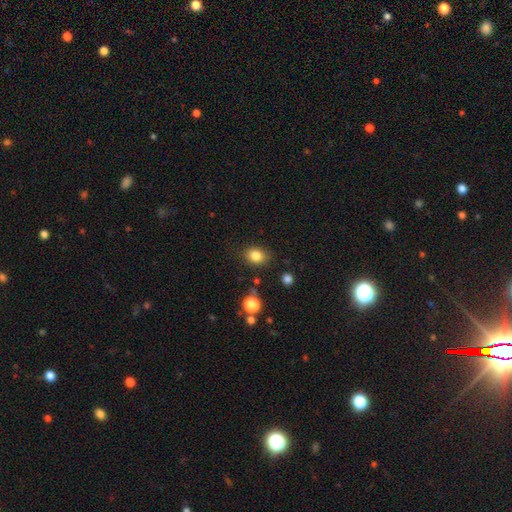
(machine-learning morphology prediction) Q: Smooth or featured?
A: smooth (83%); runner-up: star or artifact (11%)
Q: How rounded?
A: in between (54%); runner-up: round (46%)
Q: Merging?
A: none (83%); runner-up: minor disturbance (12%)